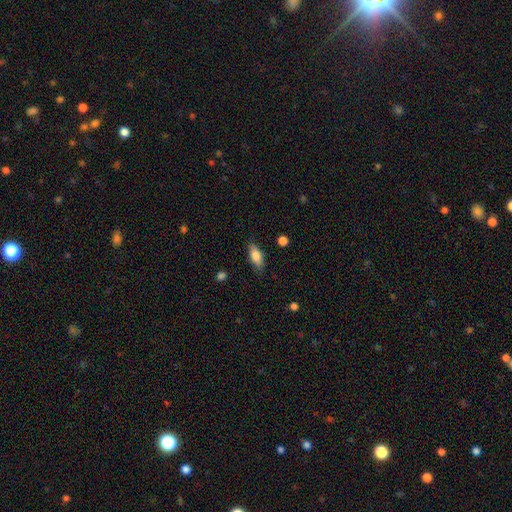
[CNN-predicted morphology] This appears to be a smooth galaxy with no disk features (78%) that is in between round and cigar-shaped (76%). Merging: none (83%).